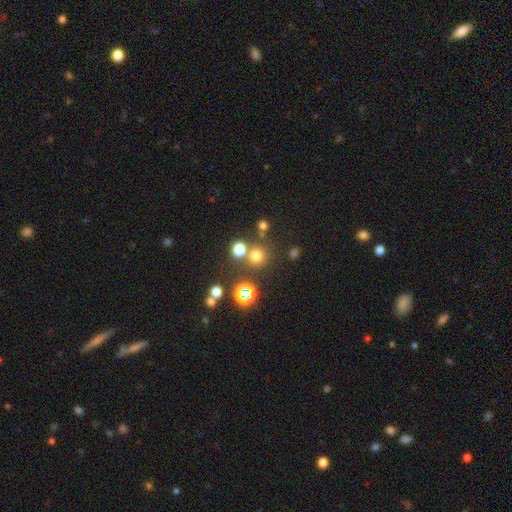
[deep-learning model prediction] Smooth or featured: smooth — 66% (star or artifact — 27%)
How rounded: round — 92% (in between — 7%)
Merging: none — 75% (merger — 14%)